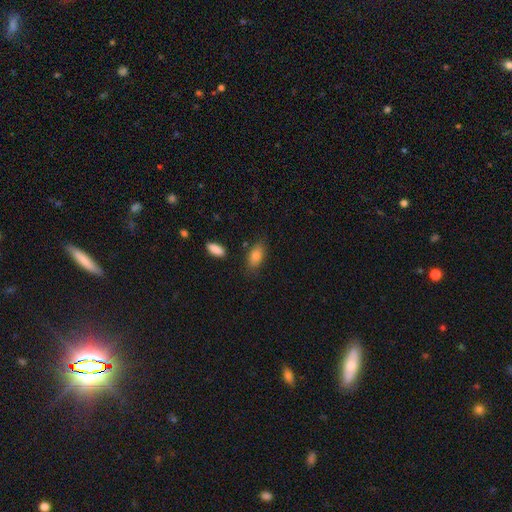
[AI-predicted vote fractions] Q: Smooth or featured?
A: smooth (83%); runner-up: featured or disk (9%)
Q: How rounded?
A: in between (88%); runner-up: cigar-shaped (7%)
Q: Merging?
A: none (77%); runner-up: minor disturbance (16%)